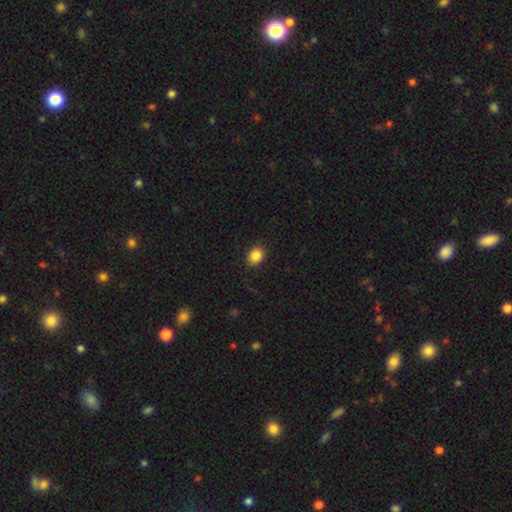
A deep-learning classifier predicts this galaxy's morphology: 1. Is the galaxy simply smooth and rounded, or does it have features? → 87% smooth, 9% star or artifact, 4% featured or disk.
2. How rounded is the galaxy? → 58% round, 41% in between, 1% cigar-shaped.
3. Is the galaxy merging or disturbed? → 87% none, 10% minor disturbance, 2% major disturbance, 1% merger.